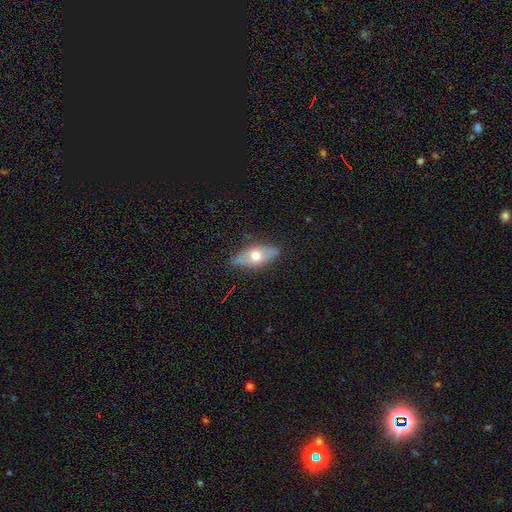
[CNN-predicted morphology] smooth_or_featured: smooth (p=0.51) [alt: featured or disk p=0.42]
how_rounded: in between (p=0.79) [alt: cigar-shaped p=0.17]
merging: none (p=0.82) [alt: minor disturbance p=0.14]